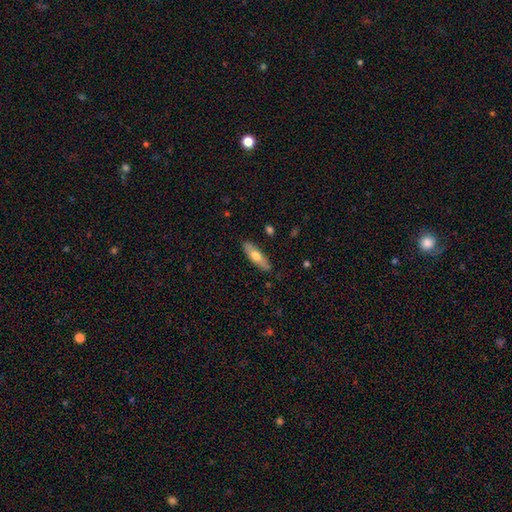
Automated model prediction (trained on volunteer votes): Smooth or featured? smooth (63%)
How rounded? cigar-shaped (49%, tied with in between)
Merging? none (84%)